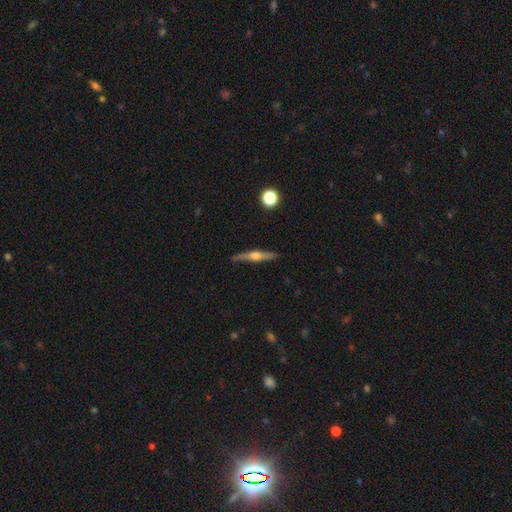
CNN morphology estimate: Overall: featured or disk (69%). Edge-on disk: yes (97%). Edge-on bulge: rounded (91%). Merging: none (86%).